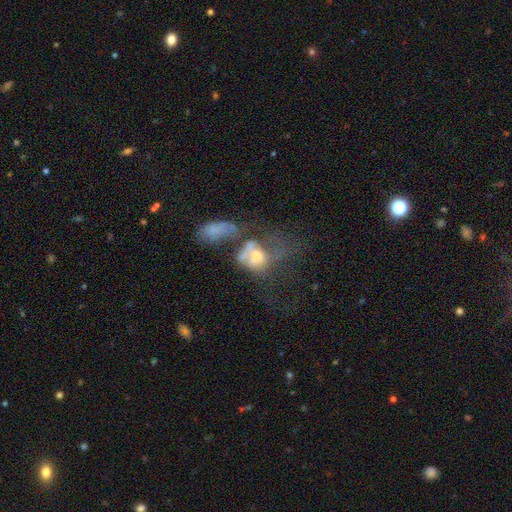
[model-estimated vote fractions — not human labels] This is marginally a featured or disk galaxy (43%, tied with smooth). Merging: marginally merger (42%).